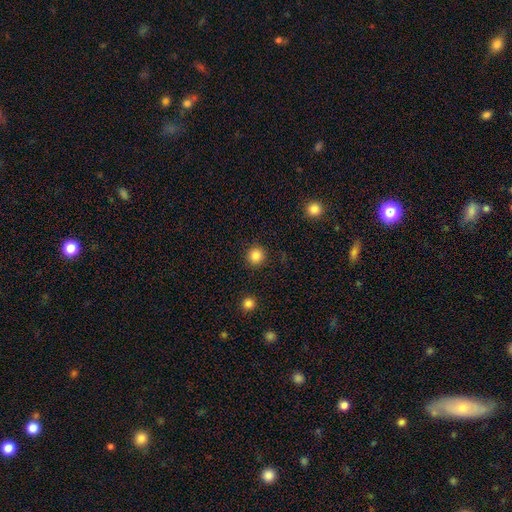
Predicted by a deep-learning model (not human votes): smooth_or_featured: smooth (p=0.86) [alt: star or artifact p=0.11]
how_rounded: round (p=0.94) [alt: in between p=0.05]
merging: none (p=0.91) [alt: minor disturbance p=0.05]